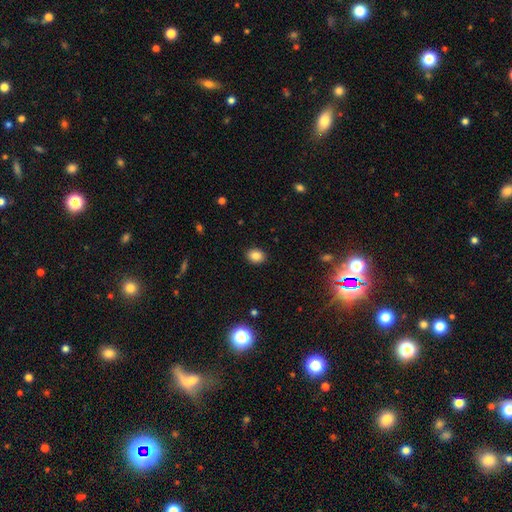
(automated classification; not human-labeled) Q: Smooth or featured?
A: smooth (83%); runner-up: star or artifact (10%)
Q: How rounded?
A: in between (54%); runner-up: round (45%)
Q: Merging?
A: none (90%); runner-up: minor disturbance (7%)